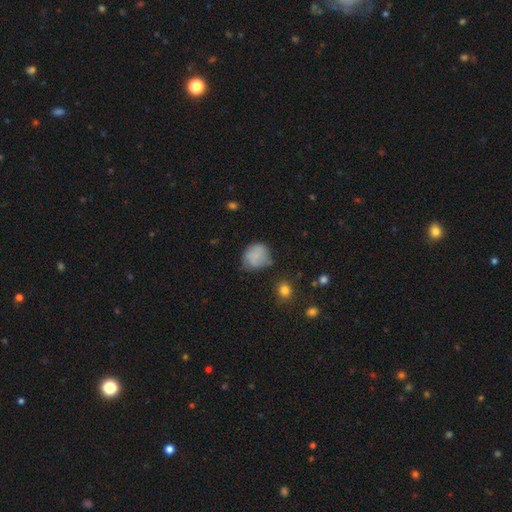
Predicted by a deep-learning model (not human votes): smooth 74%, featured or disk 17%, star or artifact 9%. Down the decision tree: how rounded — round (72%); merging — none (57%).